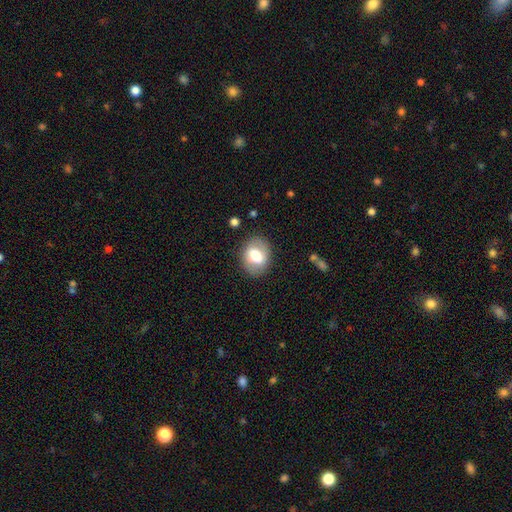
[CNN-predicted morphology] Smooth or featured? Predicted: smooth (p=0.57). How rounded? Predicted: in between (p=0.61). Merging? Predicted: none (p=0.83).